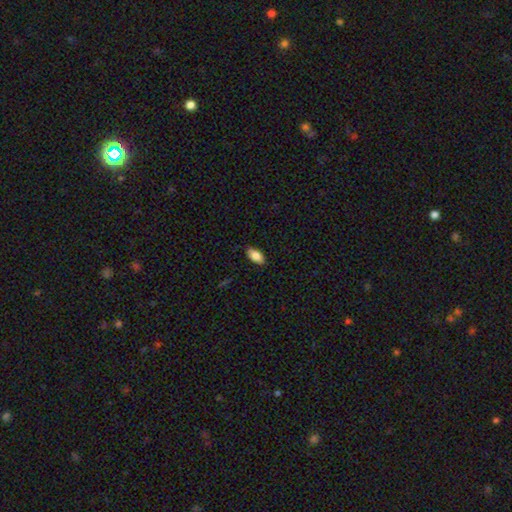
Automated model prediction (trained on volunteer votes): Smooth or featured? Predicted: smooth (p=0.84). How rounded? Predicted: in between (p=0.92). Merging? Predicted: none (p=0.87).